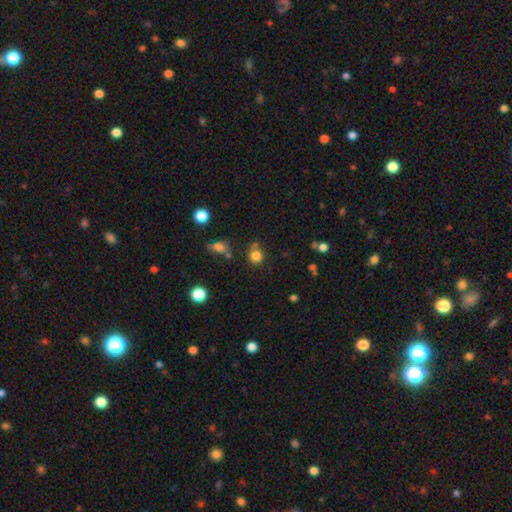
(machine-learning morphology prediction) Q: Smooth or featured?
A: smooth (81%); runner-up: star or artifact (14%)
Q: How rounded?
A: round (87%); runner-up: in between (12%)
Q: Merging?
A: none (68%); runner-up: minor disturbance (15%)